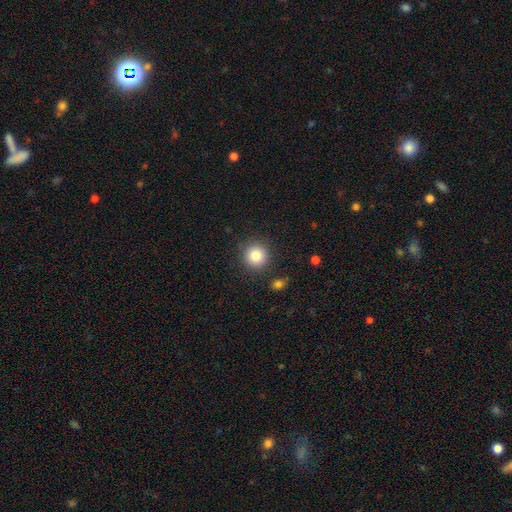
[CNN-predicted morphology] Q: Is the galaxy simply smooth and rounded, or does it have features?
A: smooth — 83%.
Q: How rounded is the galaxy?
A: round — 94%.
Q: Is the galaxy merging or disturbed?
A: none — 88%.